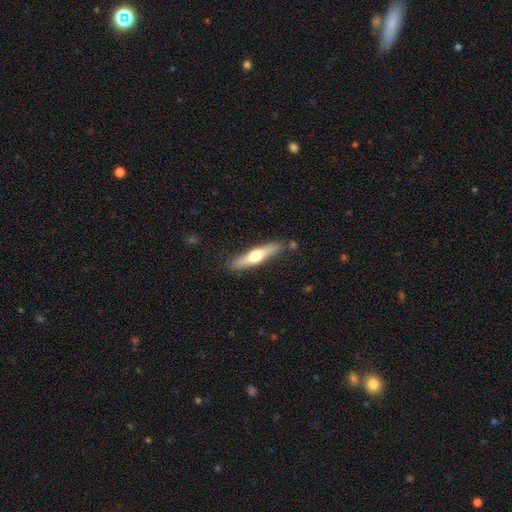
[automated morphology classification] Smooth or featured? Predicted: featured or disk (p=0.49). Merging? Predicted: none (p=0.83).